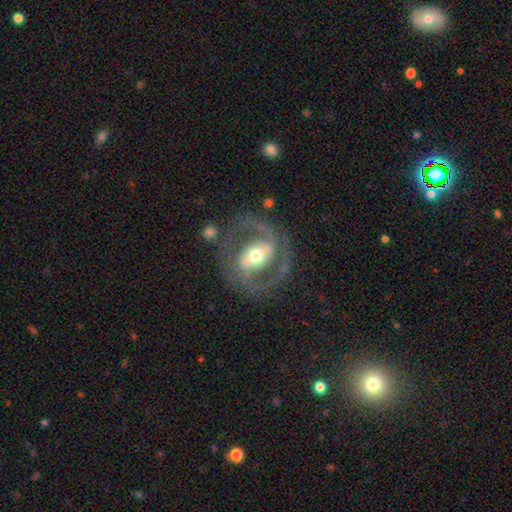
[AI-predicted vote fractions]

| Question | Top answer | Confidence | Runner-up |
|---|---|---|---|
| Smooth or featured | featured or disk | 80% | smooth (15%) |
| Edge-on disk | no | 95% | yes (5%) |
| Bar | strong | 49% | weak (30%) |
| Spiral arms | yes | 68% | no (32%) |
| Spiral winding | medium | 50% | tight (31%) |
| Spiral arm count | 2 | 84% | can't tell (8%) |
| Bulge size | moderate | 67% | large (17%) |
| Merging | none | 72% | minor disturbance (13%) |